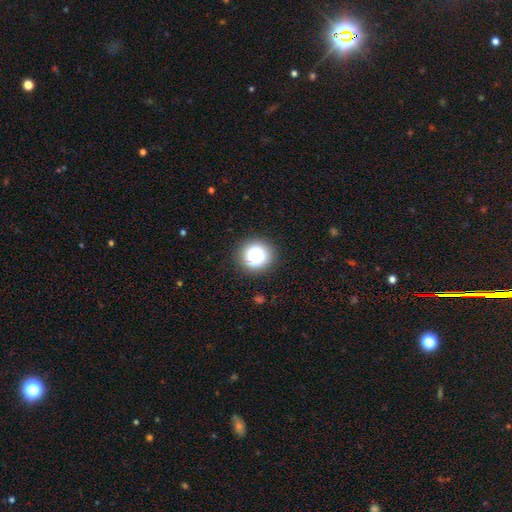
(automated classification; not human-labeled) smooth_or_featured: smooth (p=0.83) [alt: star or artifact p=0.10]
how_rounded: round (p=0.93) [alt: in between p=0.06]
merging: none (p=0.89) [alt: minor disturbance p=0.07]